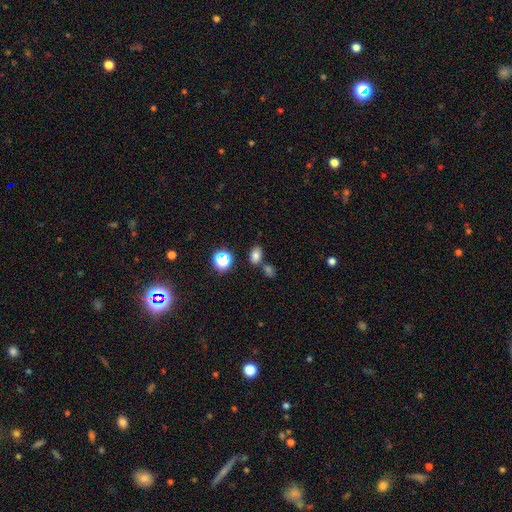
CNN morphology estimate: This appears to be a smooth galaxy with no disk features (74%) that is in between round and cigar-shaped (77%). Merging: none (66%).